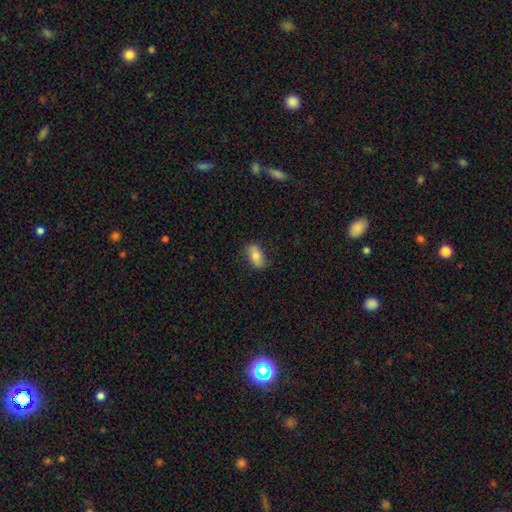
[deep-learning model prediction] Smooth or featured?
  - smooth: 76% *
  - featured or disk: 17%
  - star or artifact: 7%
How rounded?
  - in between: 88% *
  - cigar-shaped: 6%
  - round: 6%
Merging?
  - none: 80% *
  - minor disturbance: 16%
  - major disturbance: 3%
  - merger: 1%